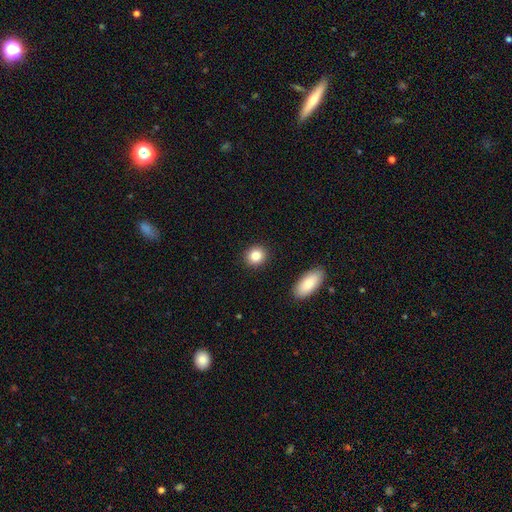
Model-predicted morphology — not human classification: This appears to be a smooth galaxy with no disk features (85%) that is round (76%). Merging: none (90%).